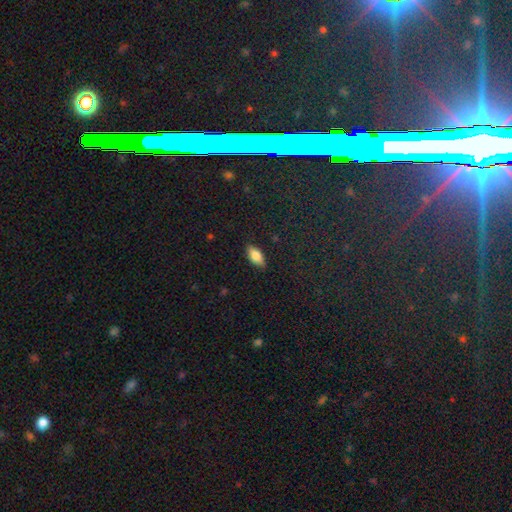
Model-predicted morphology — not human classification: This appears to be a smooth galaxy with no disk features (80%) that is in between round and cigar-shaped (88%). Merging: none (86%).